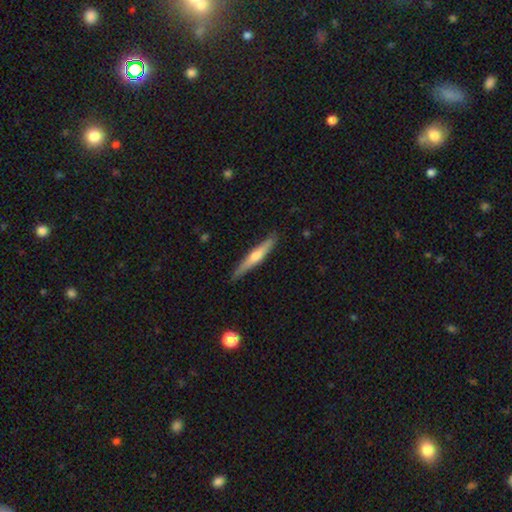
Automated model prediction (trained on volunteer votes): Smooth or featured?
  - featured or disk: 55% *
  - smooth: 40%
  - star or artifact: 6%
Edge-on disk?
  - yes: 96% *
  - no: 4%
Edge-on bulge?
  - rounded: 82% *
  - none: 14%
  - boxy: 4%
Merging?
  - none: 87% *
  - minor disturbance: 10%
  - major disturbance: 2%
  - merger: 1%